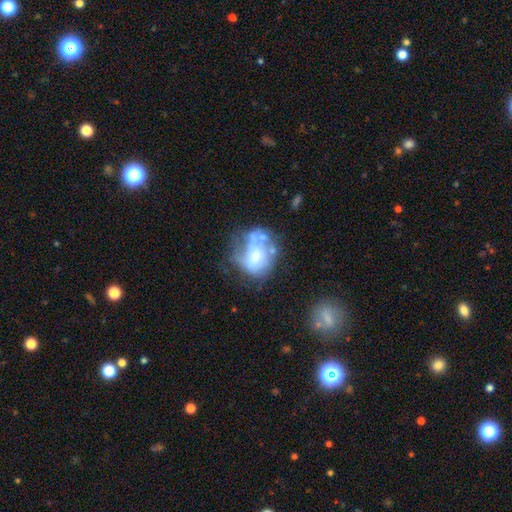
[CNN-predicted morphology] featured or disk 53%, smooth 37%, star or artifact 10%. Down the decision tree: edge-on disk — no (97%); bar — no (79%); spiral arms — no (74%); bulge size — moderate (53%); merging — none (33%).